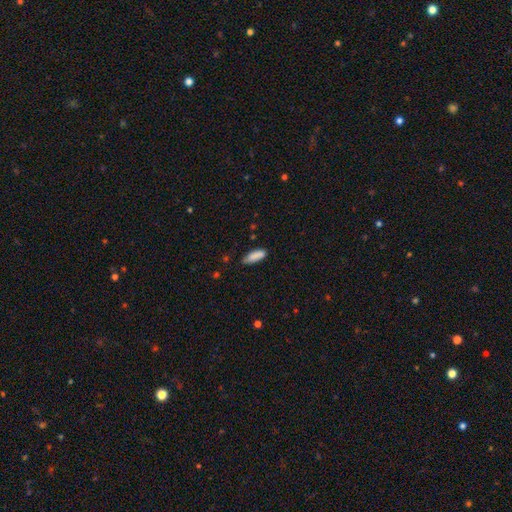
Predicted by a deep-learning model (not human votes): Smooth or featured? smooth (87%)
How rounded? in between (66%)
Merging? none (73%)